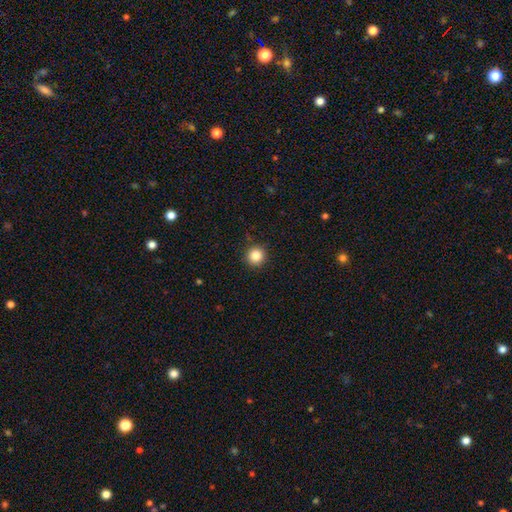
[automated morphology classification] smooth_or_featured: smooth (p=0.85) [alt: star or artifact p=0.11]
how_rounded: round (p=0.95) [alt: in between p=0.04]
merging: none (p=0.91) [alt: minor disturbance p=0.06]